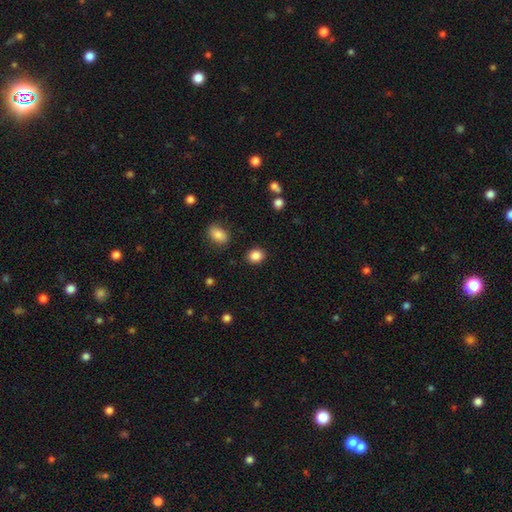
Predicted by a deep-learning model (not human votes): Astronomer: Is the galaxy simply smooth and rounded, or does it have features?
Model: smooth — 87%.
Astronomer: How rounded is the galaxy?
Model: round — 56% (runner-up: in between, 43%).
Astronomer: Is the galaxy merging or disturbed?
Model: none — 87%.